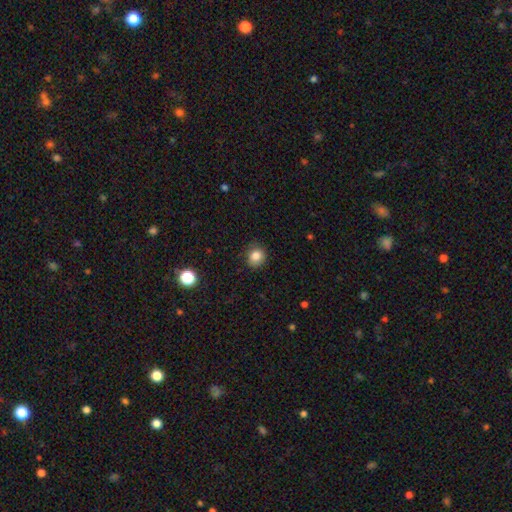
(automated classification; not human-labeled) Morphology: type=smooth (83%); roundness=round (74%); merging=none (82%).